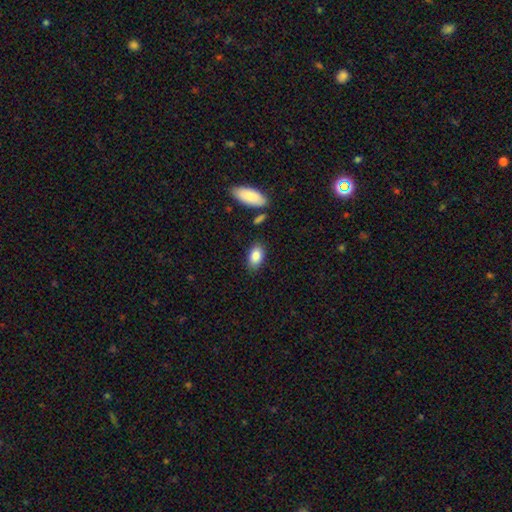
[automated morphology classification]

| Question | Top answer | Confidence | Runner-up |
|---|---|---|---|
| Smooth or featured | smooth | 86% | featured or disk (7%) |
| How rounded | in between | 92% | round (5%) |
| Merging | none | 81% | minor disturbance (12%) |